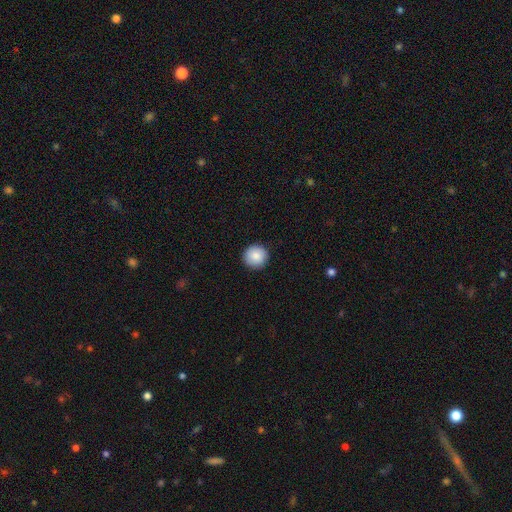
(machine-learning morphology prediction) smooth_or_featured: smooth (p=0.87) [alt: star or artifact p=0.07]
how_rounded: round (p=0.95) [alt: in between p=0.04]
merging: none (p=0.92) [alt: minor disturbance p=0.06]